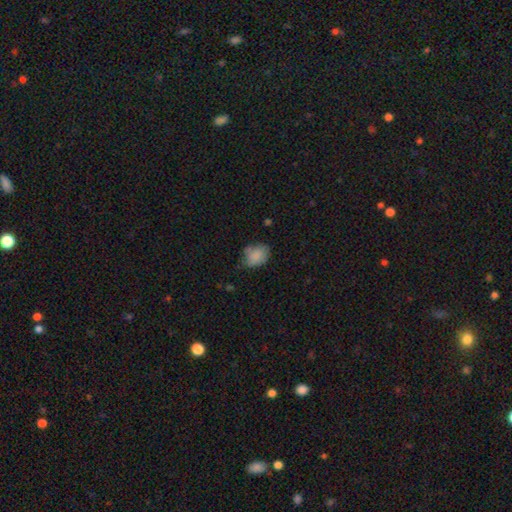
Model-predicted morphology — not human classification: This is clearly a smooth galaxy (82%). How rounded: likely in between (64%). Merging: possibly none (58%).